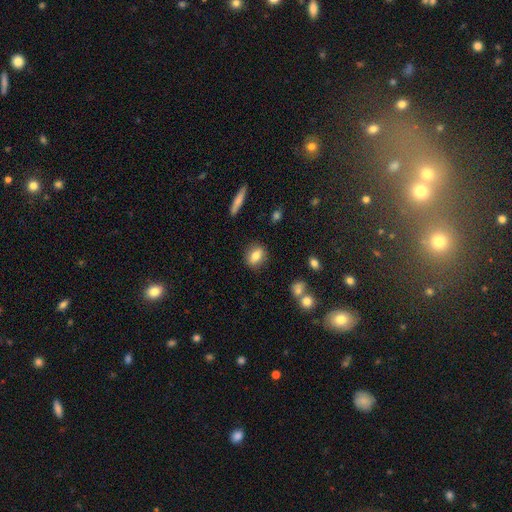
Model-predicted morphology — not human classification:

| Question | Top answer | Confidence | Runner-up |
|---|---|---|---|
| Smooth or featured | smooth | 76% | featured or disk (15%) |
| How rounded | in between | 60% | round (36%) |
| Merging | none | 86% | minor disturbance (9%) |